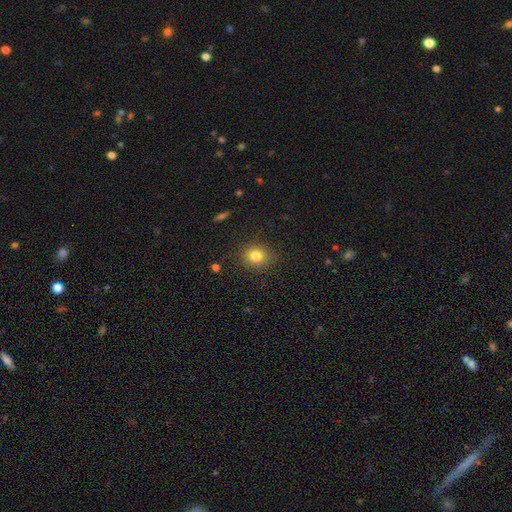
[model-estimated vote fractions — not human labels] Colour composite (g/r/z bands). It shows a smooth galaxy with no disk features (81%) that is round (75%). Merging: none (85%).